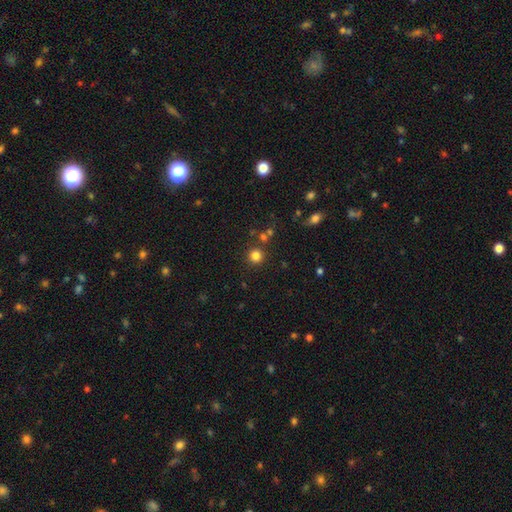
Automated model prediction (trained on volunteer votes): Morphology: type=smooth (81%); roundness=round (94%); merging=none (85%).